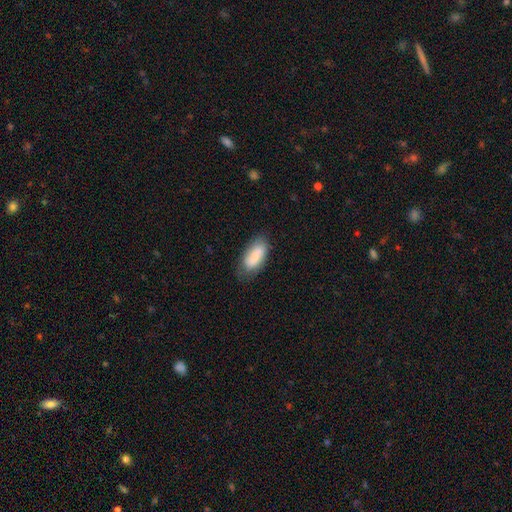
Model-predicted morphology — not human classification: Smooth or featured?
  - smooth: 70% *
  - featured or disk: 23%
  - star or artifact: 7%
How rounded?
  - in between: 88% *
  - cigar-shaped: 9%
  - round: 3%
Merging?
  - none: 72% *
  - minor disturbance: 21%
  - major disturbance: 5%
  - merger: 2%